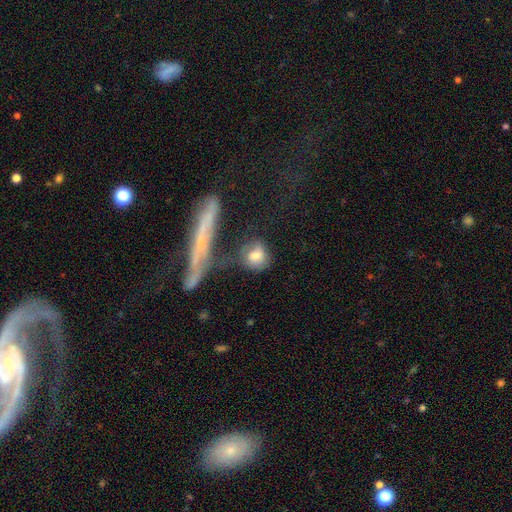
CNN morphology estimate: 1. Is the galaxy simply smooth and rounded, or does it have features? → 68% smooth, 22% featured or disk, 10% star or artifact.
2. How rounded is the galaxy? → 71% round, 24% in between, 5% cigar-shaped.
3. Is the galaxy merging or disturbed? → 54% none, 18% minor disturbance, 17% merger, 11% major disturbance.